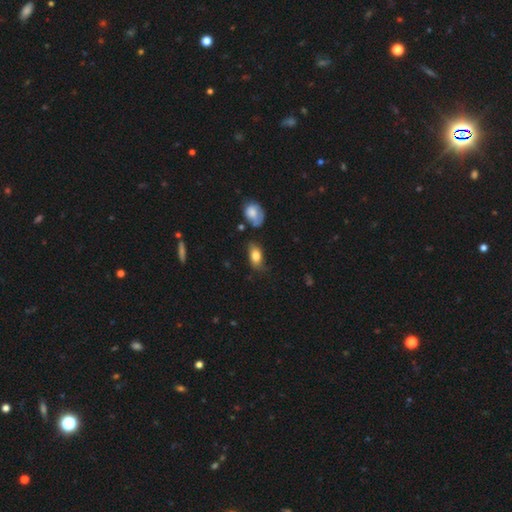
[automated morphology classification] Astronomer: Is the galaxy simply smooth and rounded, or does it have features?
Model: smooth — 78%.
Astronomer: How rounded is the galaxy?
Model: in between — 88%.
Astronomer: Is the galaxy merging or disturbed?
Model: none — 59%.